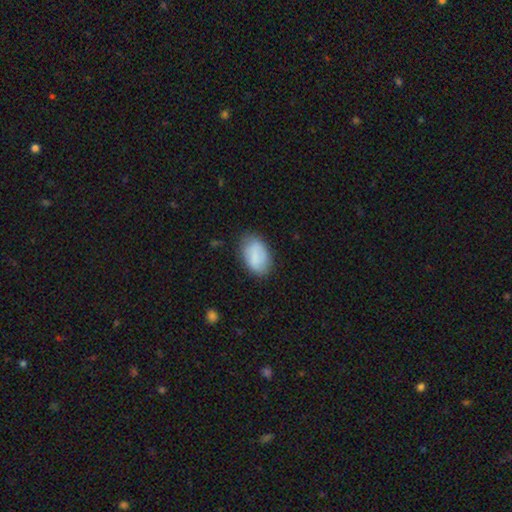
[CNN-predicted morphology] Smooth or featured? Predicted: smooth (p=0.82). How rounded? Predicted: in between (p=0.91). Merging? Predicted: none (p=0.75).